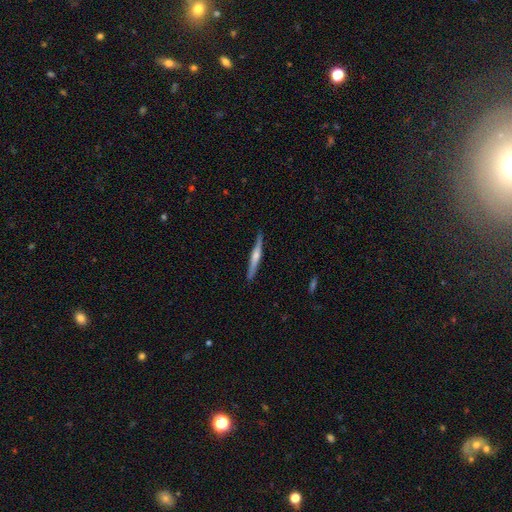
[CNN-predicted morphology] type=featured or disk (61%); edge-on=yes (98%); edge-on bulge=rounded (72%); merging=none (89%).